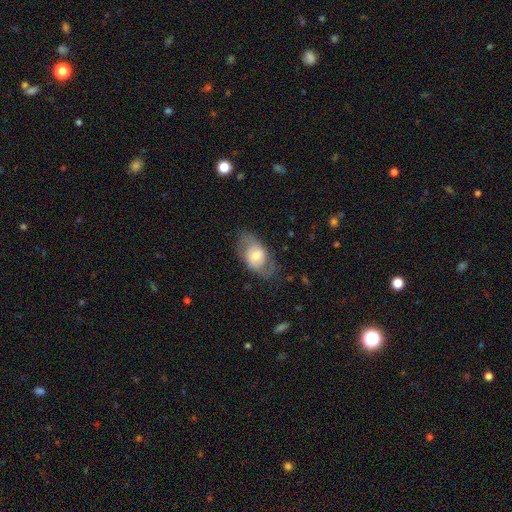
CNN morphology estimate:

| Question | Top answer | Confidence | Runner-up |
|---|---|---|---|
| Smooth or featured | featured or disk | 48% | smooth (44%) |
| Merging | none | 67% | minor disturbance (20%) |